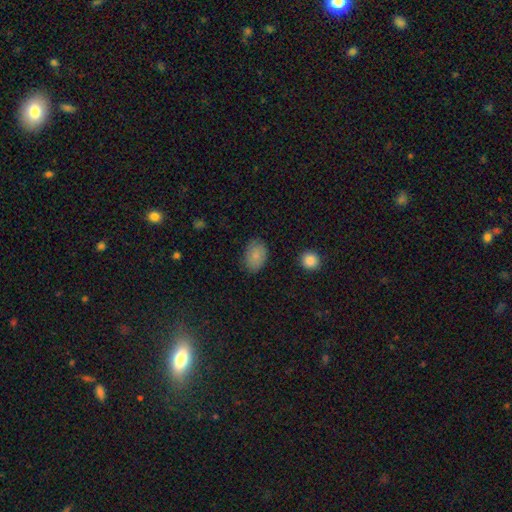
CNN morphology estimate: The model was most divided on "merging": none: 79%, minor disturbance: 16%, major disturbance: 4%, merger: 1%. More confident: smooth or featured — smooth (84%); how rounded — in between (81%).